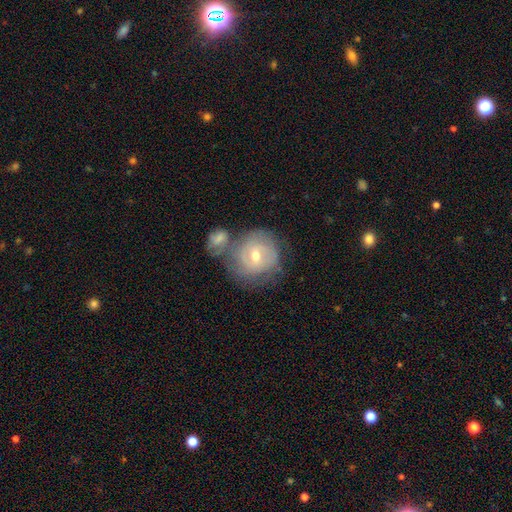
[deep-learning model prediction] Q: Smooth or featured?
A: featured or disk (61%); runner-up: smooth (31%)
Q: Edge-on disk?
A: no (97%); runner-up: yes (3%)
Q: Bar?
A: no (52%); runner-up: weak (39%)
Q: Spiral arms?
A: yes (72%); runner-up: no (28%)
Q: Bulge size?
A: moderate (63%); runner-up: small (33%)
Q: Merging?
A: none (45%); runner-up: merger (31%)